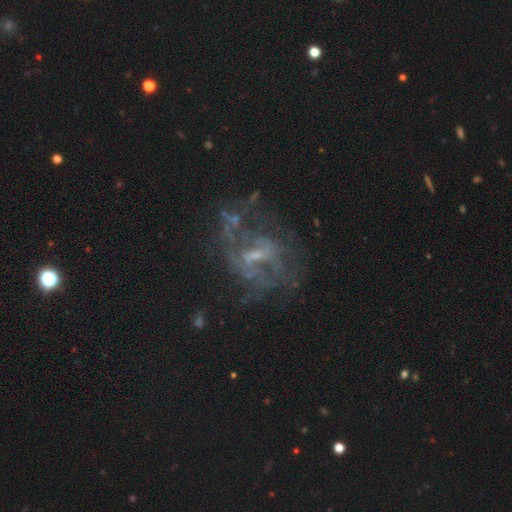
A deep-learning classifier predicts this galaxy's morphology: Smooth or featured: featured or disk — 74% (star or artifact — 14%)
Edge-on disk: no — 97% (yes — 3%)
Bar: weak — 49% (no — 35%)
Spiral arms: yes — 55% (no — 45%)
Bulge size: small — 50% (moderate — 23%)
Merging: none — 49% (major disturbance — 28%)